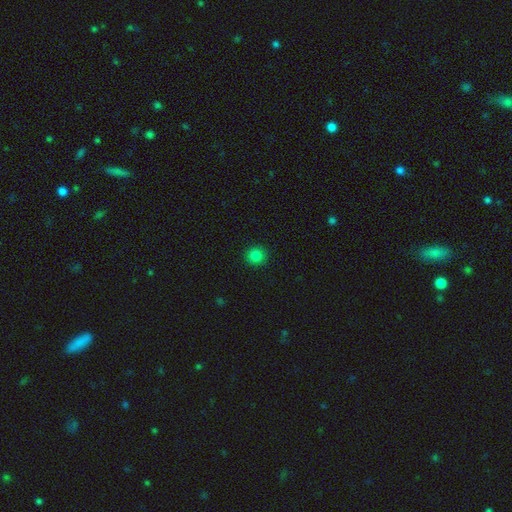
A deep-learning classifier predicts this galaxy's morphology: The model was most divided on "smooth or featured": smooth: 83%, star or artifact: 12%, featured or disk: 4%. More confident: merging — none (92%); how rounded — round (91%).